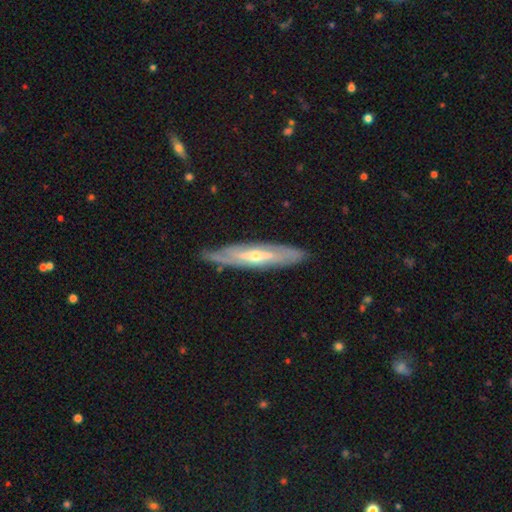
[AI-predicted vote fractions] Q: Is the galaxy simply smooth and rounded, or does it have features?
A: featured or disk — 75%.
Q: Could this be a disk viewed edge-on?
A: yes — 53%.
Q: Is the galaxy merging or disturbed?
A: none — 81%.